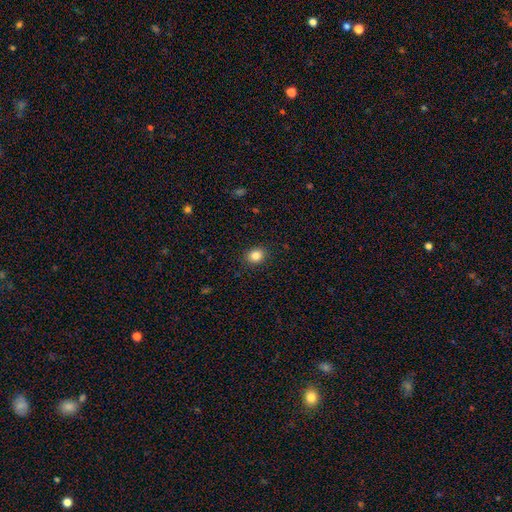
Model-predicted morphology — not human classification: Q: Smooth or featured?
A: smooth (84%); runner-up: star or artifact (11%)
Q: How rounded?
A: round (60%); runner-up: in between (39%)
Q: Merging?
A: none (90%); runner-up: minor disturbance (7%)